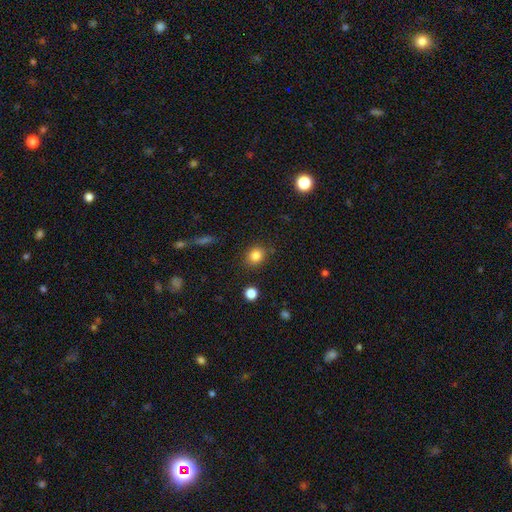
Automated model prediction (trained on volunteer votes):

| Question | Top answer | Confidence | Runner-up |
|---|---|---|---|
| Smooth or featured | smooth | 84% | star or artifact (11%) |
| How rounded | round | 72% | in between (27%) |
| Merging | none | 86% | minor disturbance (9%) |